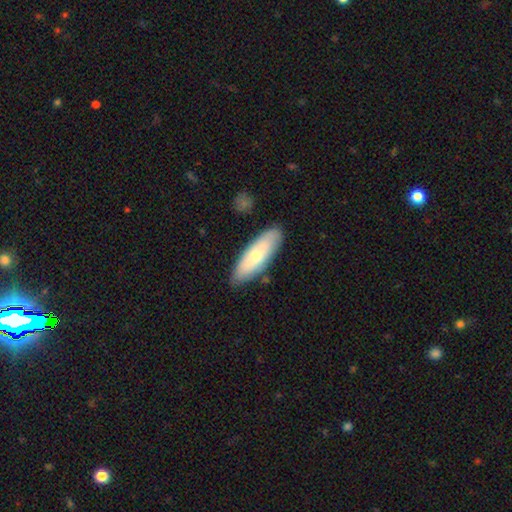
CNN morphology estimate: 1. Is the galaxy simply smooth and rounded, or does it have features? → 66% smooth, 29% featured or disk, 6% star or artifact.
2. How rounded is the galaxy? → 55% in between, 43% cigar-shaped, 2% round.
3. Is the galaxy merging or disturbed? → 83% none, 12% minor disturbance, 2% merger, 2% major disturbance.